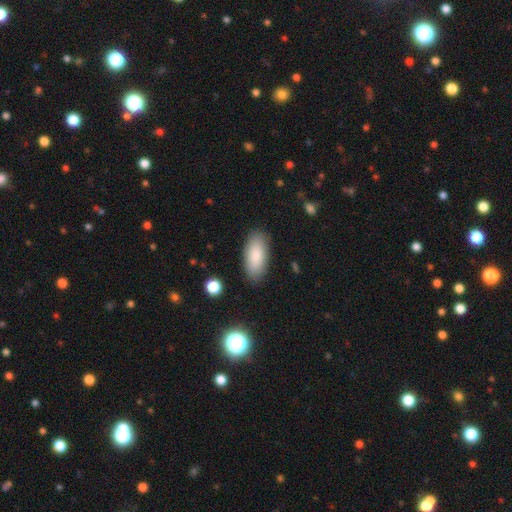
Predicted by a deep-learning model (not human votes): smooth_or_featured: smooth (p=0.86) [alt: featured or disk p=0.08]
how_rounded: in between (p=0.87) [alt: cigar-shaped p=0.11]
merging: none (p=0.86) [alt: minor disturbance p=0.10]